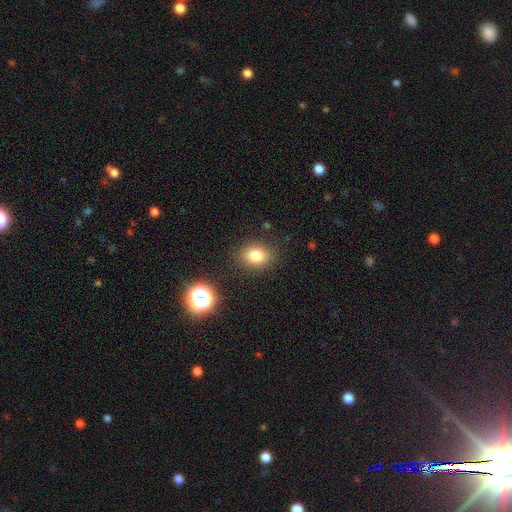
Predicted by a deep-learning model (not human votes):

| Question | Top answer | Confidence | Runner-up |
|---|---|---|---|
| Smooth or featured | smooth | 80% | star or artifact (12%) |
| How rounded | in between | 51% | round (48%) |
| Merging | none | 84% | minor disturbance (10%) |